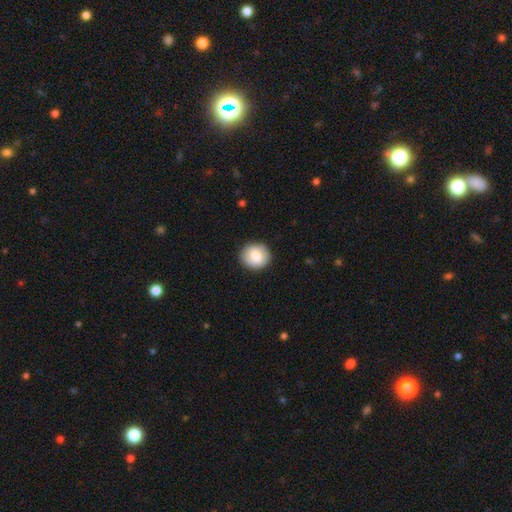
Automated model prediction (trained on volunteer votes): The model was most divided on "smooth or featured": smooth: 79%, featured or disk: 14%, star or artifact: 7%. More confident: merging — none (89%); how rounded — round (83%).